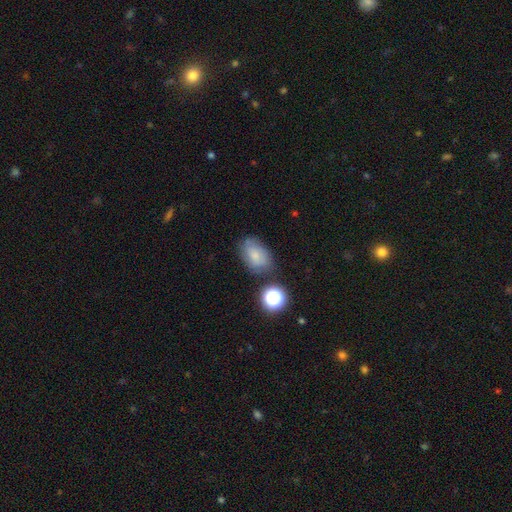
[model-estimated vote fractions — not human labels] Smooth or featured?
  - smooth: 68% *
  - featured or disk: 19%
  - star or artifact: 13%
How rounded?
  - in between: 82% *
  - round: 17%
  - cigar-shaped: 1%
Merging?
  - none: 62% *
  - minor disturbance: 23%
  - merger: 8%
  - major disturbance: 8%